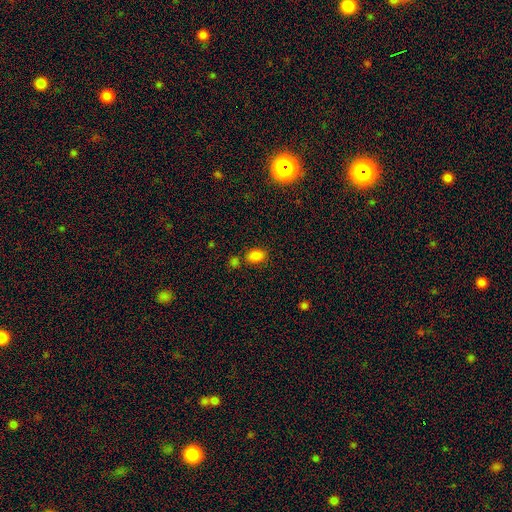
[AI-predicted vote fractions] smooth 84%, star or artifact 12%, featured or disk 5%. Down the decision tree: how rounded — in between (77%); merging — none (73%).